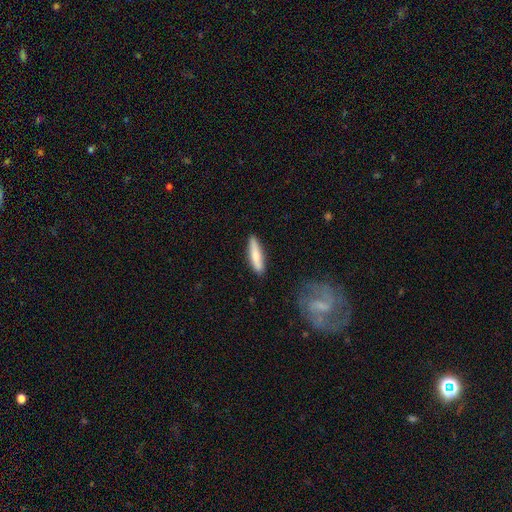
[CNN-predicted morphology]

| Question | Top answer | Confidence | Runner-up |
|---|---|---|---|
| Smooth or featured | smooth | 75% | featured or disk (19%) |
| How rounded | cigar-shaped | 80% | in between (18%) |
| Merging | none | 86% | minor disturbance (11%) |